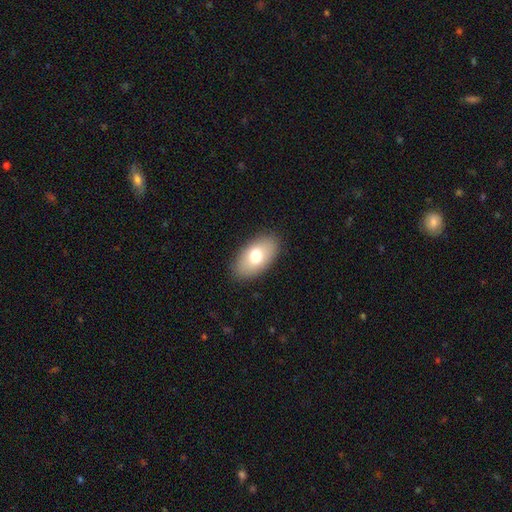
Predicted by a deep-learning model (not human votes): Smooth or featured? smooth (72%)
How rounded? in between (94%)
Merging? none (87%)